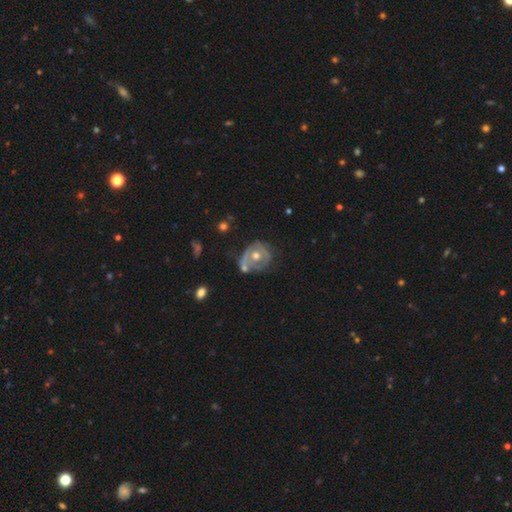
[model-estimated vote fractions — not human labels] smooth_or_featured: featured or disk (p=0.63) [alt: smooth p=0.29]
disk_edge_on: no (p=0.96) [alt: yes p=0.04]
bar: no (p=0.79) [alt: weak p=0.16]
has_spiral_arms: no (p=0.59) [alt: yes p=0.41]
bulge_size: moderate (p=0.78) [alt: small p=0.15]
merging: none (p=0.48) [alt: minor disturbance p=0.22]